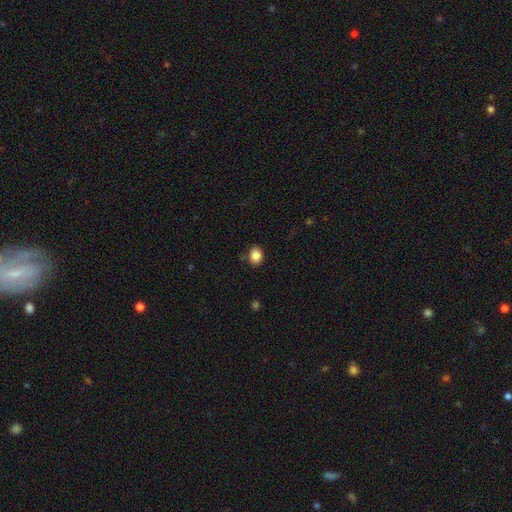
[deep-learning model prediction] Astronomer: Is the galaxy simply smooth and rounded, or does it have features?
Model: smooth — 85%.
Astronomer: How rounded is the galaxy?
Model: in between — 56% (runner-up: round, 43%).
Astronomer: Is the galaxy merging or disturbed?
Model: none — 84%.